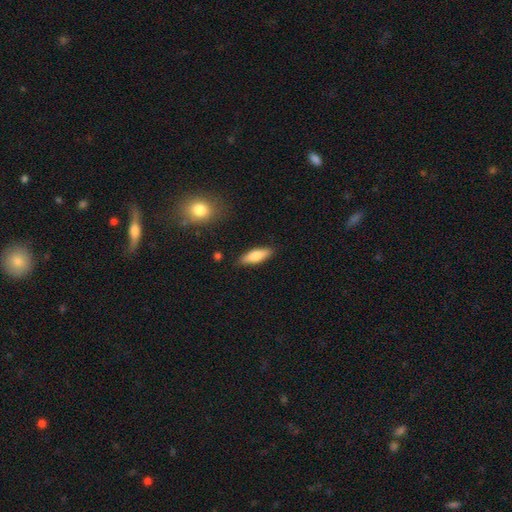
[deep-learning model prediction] Morphology: type=smooth (77%); roundness=in between (52%); merging=none (86%).